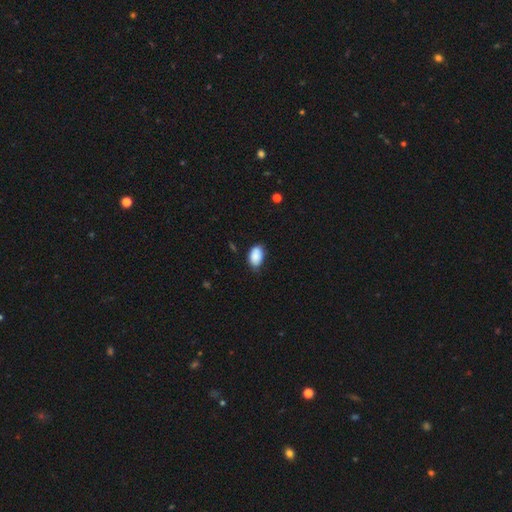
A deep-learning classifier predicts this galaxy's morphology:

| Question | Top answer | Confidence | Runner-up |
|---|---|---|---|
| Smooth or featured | smooth | 89% | star or artifact (7%) |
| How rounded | in between | 91% | round (8%) |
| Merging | none | 73% | minor disturbance (23%) |